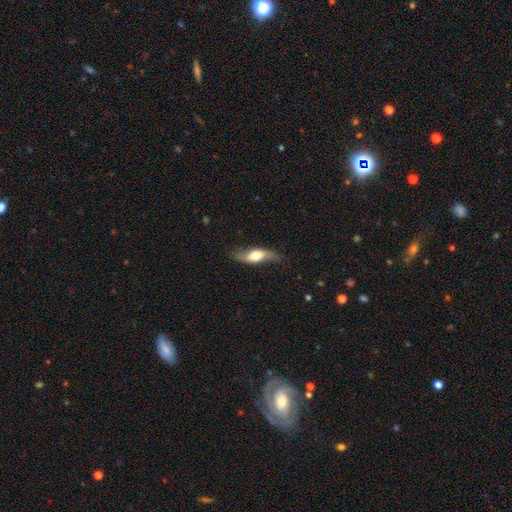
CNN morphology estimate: Smooth or featured: featured or disk — 56% (smooth — 39%)
Edge-on disk: no — 63% (yes — 37%)
Merging: none — 70% (minor disturbance — 22%)